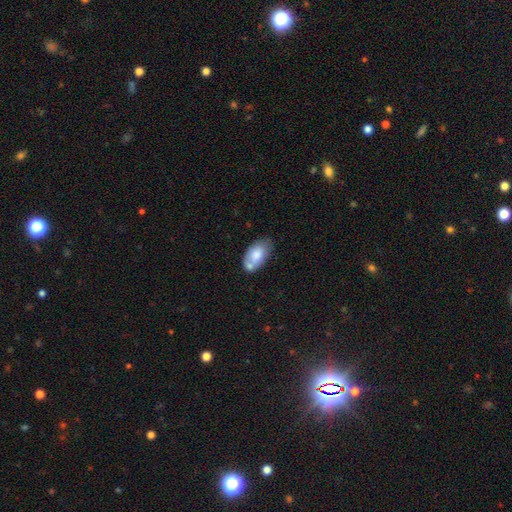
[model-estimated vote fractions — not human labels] A smooth galaxy with no disk features (71%) that is in between round and cigar-shaped (92%).

Vote fractions:
- Smooth or featured? smooth: 71% / featured or disk: 22% / star or artifact: 7%
- How rounded? in between: 92% / round: 6% / cigar-shaped: 2%
- Merging? none: 46% / minor disturbance: 25% / merger: 22% / major disturbance: 7%